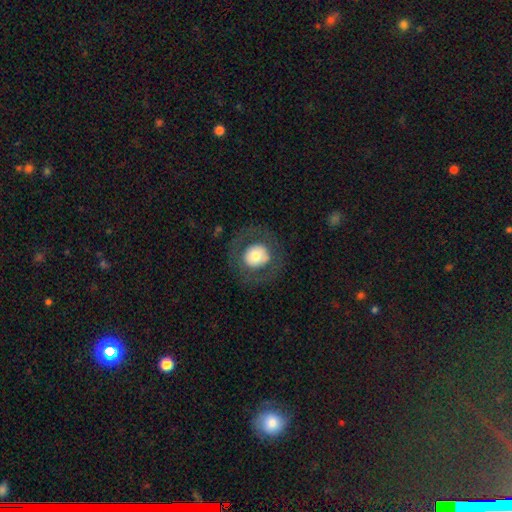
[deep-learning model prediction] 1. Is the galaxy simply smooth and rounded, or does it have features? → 56% smooth, 36% featured or disk, 8% star or artifact.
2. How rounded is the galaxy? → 87% round, 12% in between, 1% cigar-shaped.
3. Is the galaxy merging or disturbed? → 78% none, 11% major disturbance, 10% minor disturbance, 1% merger.